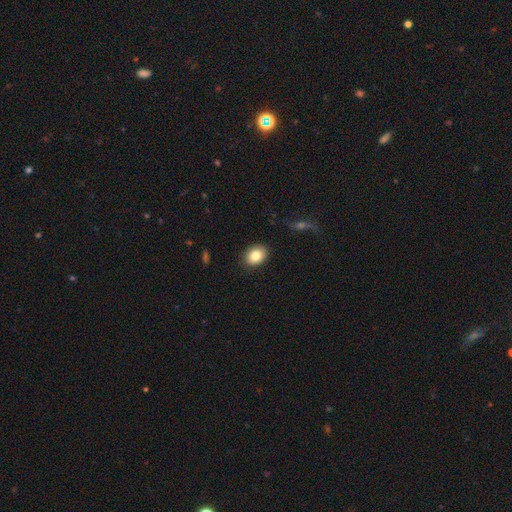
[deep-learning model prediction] smooth 83%, featured or disk 9%, star or artifact 9%. Down the decision tree: how rounded — in between (67%); merging — none (89%).